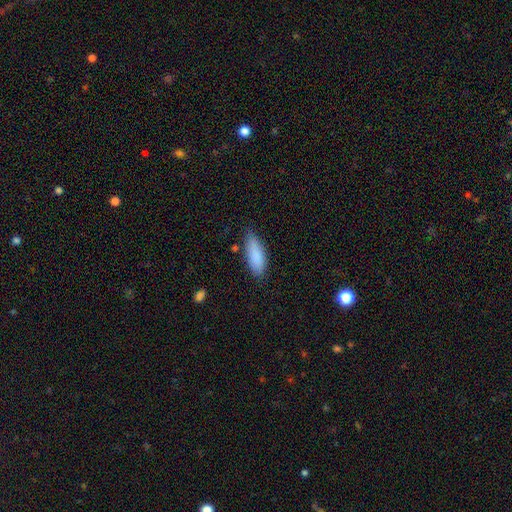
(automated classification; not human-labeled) A smooth galaxy with no disk features (86%) that is in between round and cigar-shaped (61%).

Vote fractions:
- Smooth or featured? smooth: 86% / featured or disk: 7% / star or artifact: 6%
- How rounded? in between: 61% / cigar-shaped: 37% / round: 2%
- Merging? none: 75% / minor disturbance: 19% / major disturbance: 4% / merger: 2%